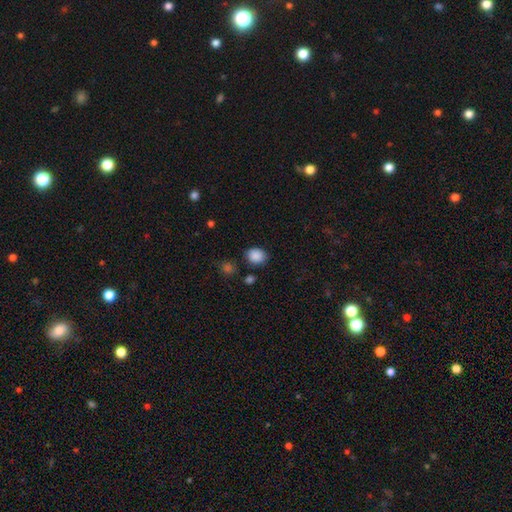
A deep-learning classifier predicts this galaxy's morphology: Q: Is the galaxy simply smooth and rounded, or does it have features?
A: smooth — 87%.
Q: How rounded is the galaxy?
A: round — 55%.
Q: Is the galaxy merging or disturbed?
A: none — 80%.